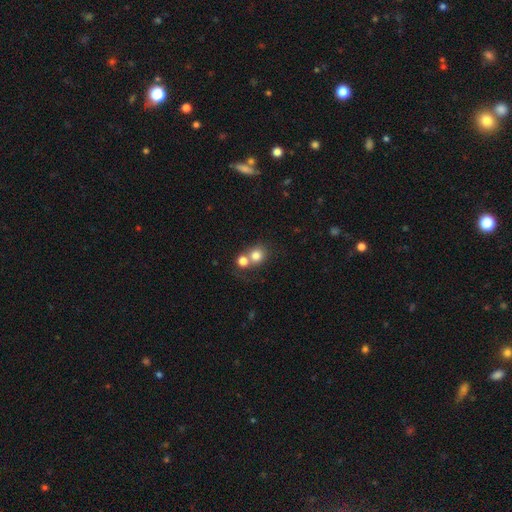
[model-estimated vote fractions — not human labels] smooth-or-featured: smooth: 77% | star or artifact: 12% | featured or disk: 11%
  how-rounded: round: 82% | in between: 17% | cigar-shaped: 1%
  merging: merger: 50% | none: 40% | minor disturbance: 6% | major disturbance: 4%